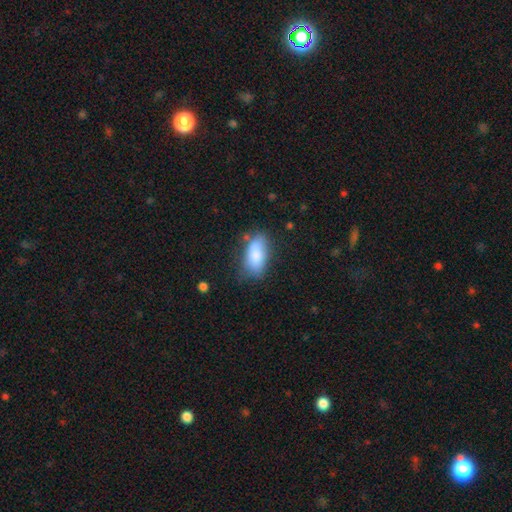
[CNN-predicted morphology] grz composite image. It shows a smooth galaxy with no disk features (82%) that is in between round and cigar-shaped (90%). Merging: none (65%).